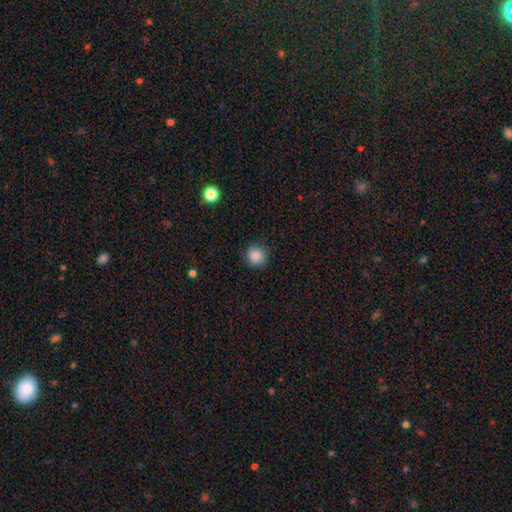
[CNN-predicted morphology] type=smooth (86%); roundness=round (89%); merging=none (85%).